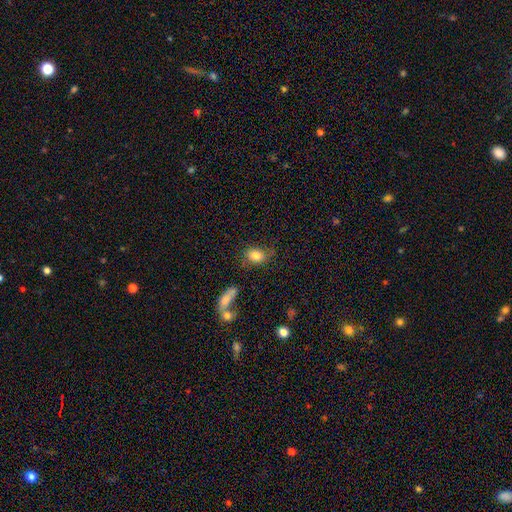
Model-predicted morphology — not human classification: This is likely a smooth galaxy (80%). How rounded: likely in between (69%). Merging: possibly none (59%).